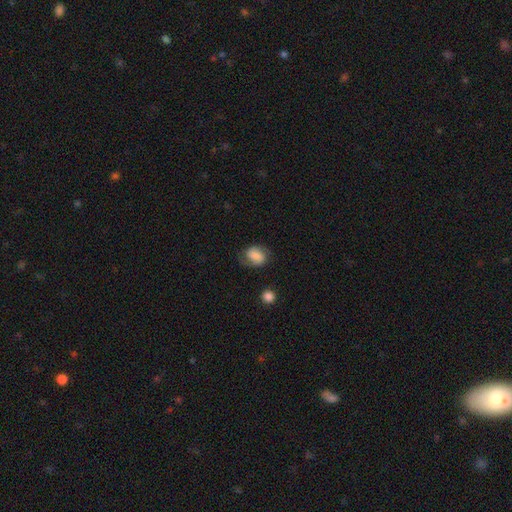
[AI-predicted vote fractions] Smooth or featured? Predicted: smooth (p=0.63). How rounded? Predicted: in between (p=0.61). Merging? Predicted: none (p=0.61).